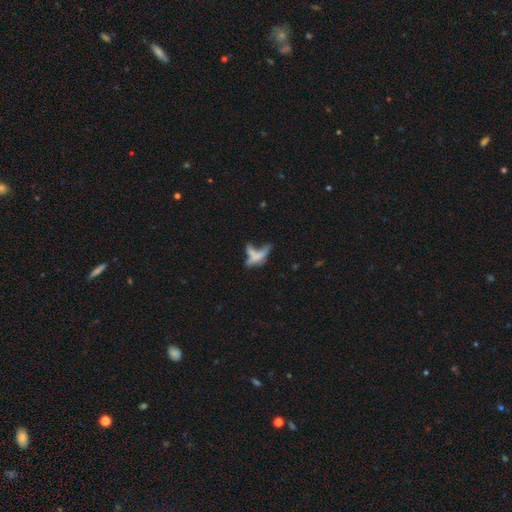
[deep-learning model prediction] A smooth galaxy with no disk features (52%) that is cigar-shaped (55%). Merging: merger (42%).